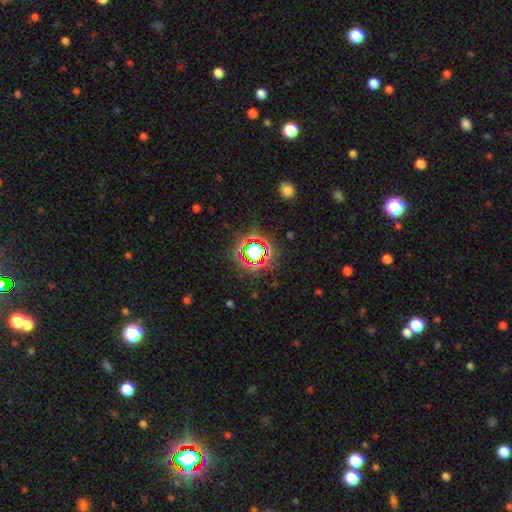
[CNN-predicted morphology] This is likely a star or artifact rather than a galaxy (68%).